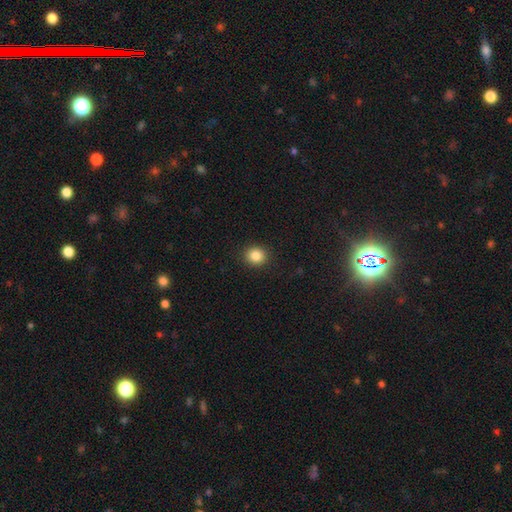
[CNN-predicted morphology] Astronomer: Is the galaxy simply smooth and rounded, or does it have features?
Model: smooth — 86%.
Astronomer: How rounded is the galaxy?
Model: round — 83%.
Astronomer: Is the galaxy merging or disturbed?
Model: none — 91%.